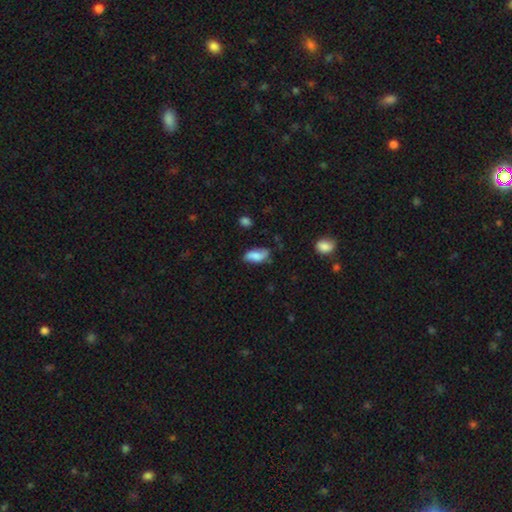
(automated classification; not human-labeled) smooth-or-featured: smooth: 69% | featured or disk: 23% | star or artifact: 8%
  how-rounded: in between: 87% | cigar-shaped: 10% | round: 4%
  merging: none: 61% | minor disturbance: 28% | major disturbance: 8% | merger: 3%